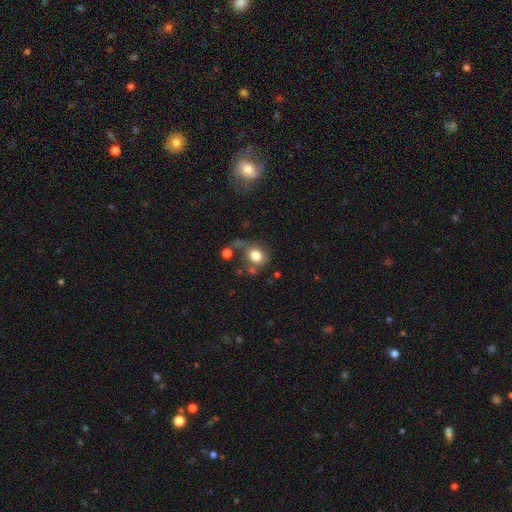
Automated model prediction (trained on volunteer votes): Overall: smooth (79%). How rounded: round (60%; in between 39%). Merging: none (45%; minor disturbance 21%).